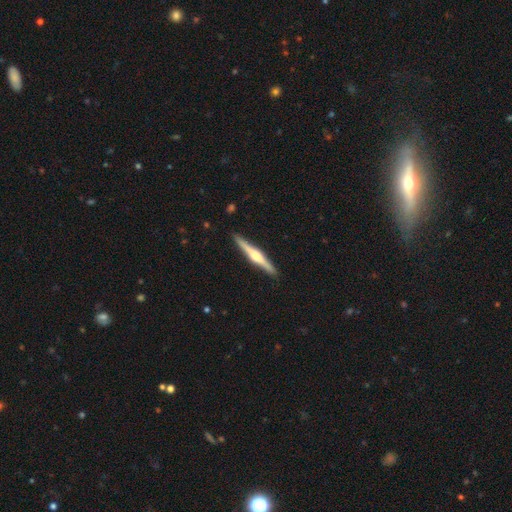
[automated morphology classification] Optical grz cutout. It shows a featured or disk galaxy (76%) viewed edge-on (98%) with a rounded central bulge (89%). Merging: none (91%).